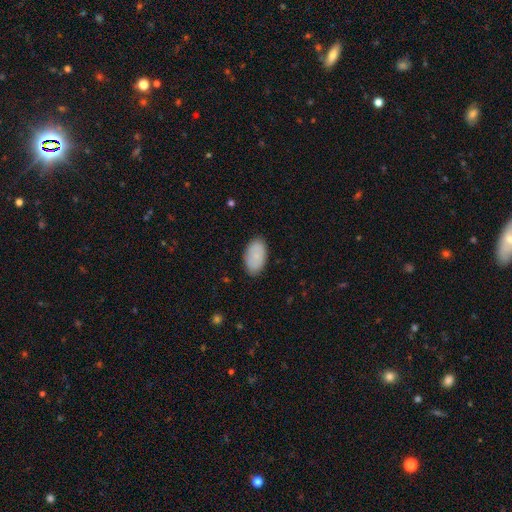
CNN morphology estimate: A smooth galaxy with no disk features (86%) that is in between round and cigar-shaped (95%). Merging: none (85%).